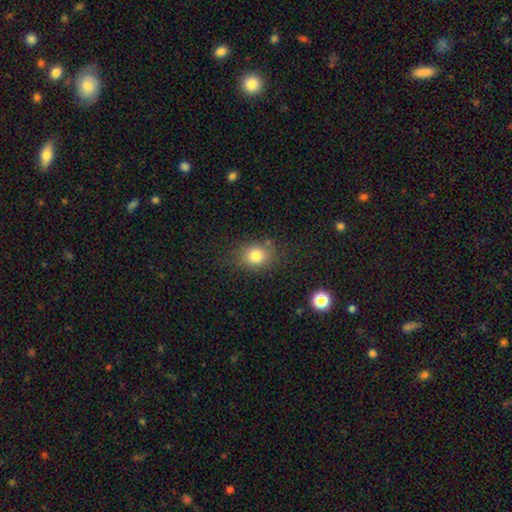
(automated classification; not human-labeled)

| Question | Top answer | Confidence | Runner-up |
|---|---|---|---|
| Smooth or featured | smooth | 80% | star or artifact (12%) |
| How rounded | round | 60% | in between (38%) |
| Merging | none | 78% | minor disturbance (14%) |